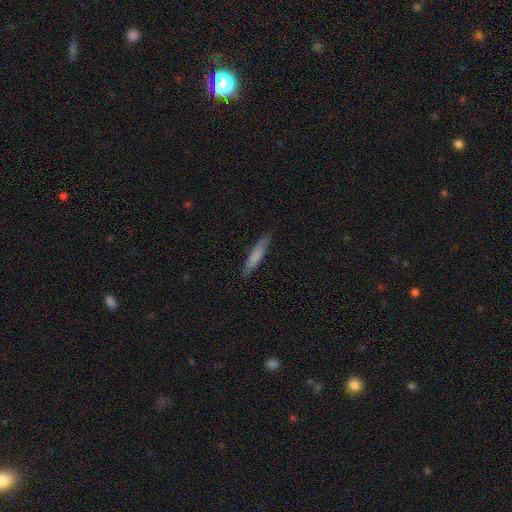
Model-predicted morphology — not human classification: This appears to be a smooth galaxy with no disk features (72%) that is cigar-shaped (90%). Merging: none (86%).